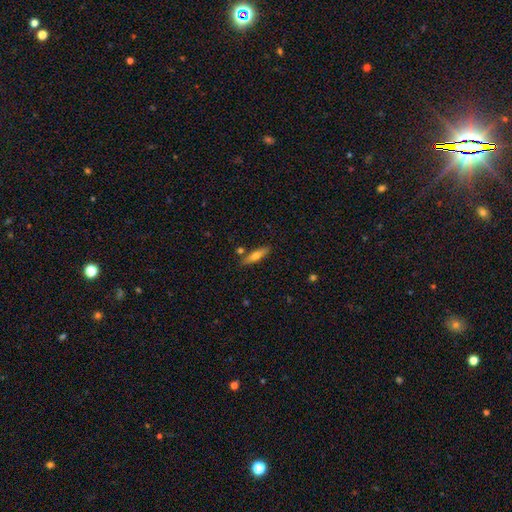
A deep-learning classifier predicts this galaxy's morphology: type=smooth (51%); roundness=cigar-shaped (78%); merging=none (80%).